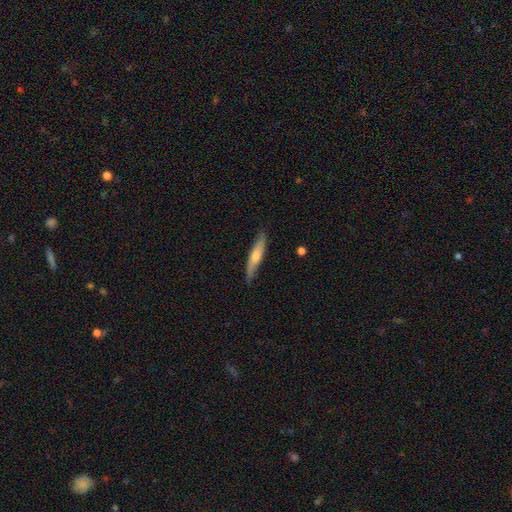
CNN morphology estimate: A smooth galaxy with no disk features (55%) that is cigar-shaped (85%). Merging: none (81%).